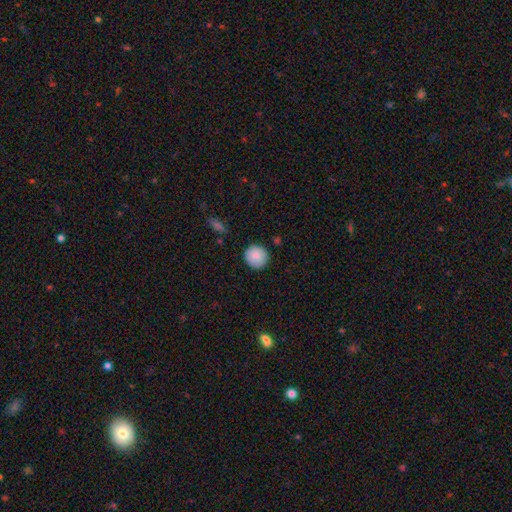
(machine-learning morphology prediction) type=smooth (85%); roundness=round (93%); merging=none (87%).